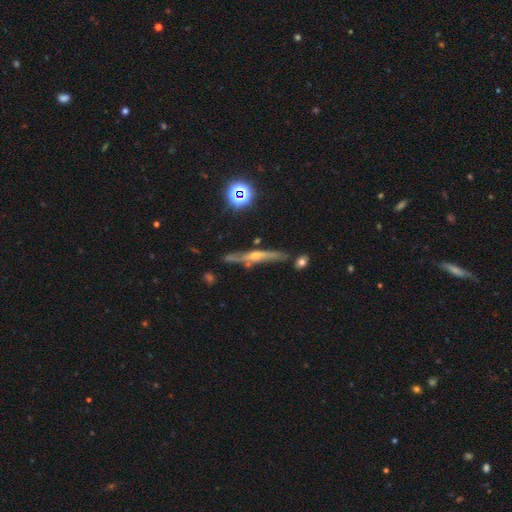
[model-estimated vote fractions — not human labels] Smooth or featured? featured or disk (69%)
Edge-on disk? yes (93%)
Edge-on bulge? rounded (72%)
Merging? none (76%)